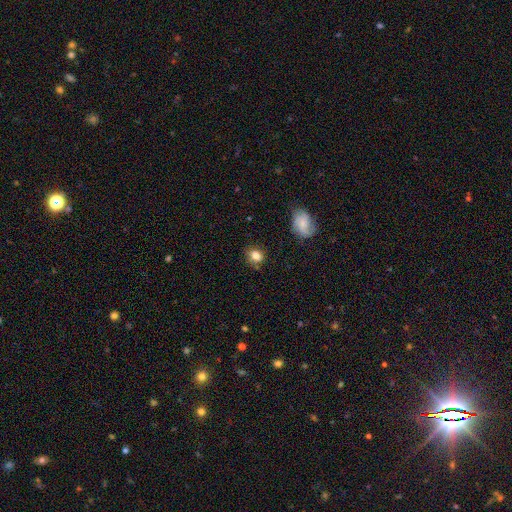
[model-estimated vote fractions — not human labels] Smooth or featured: smooth — 80% (featured or disk — 10%)
How rounded: round — 51% (in between — 48%)
Merging: none — 75% (minor disturbance — 18%)